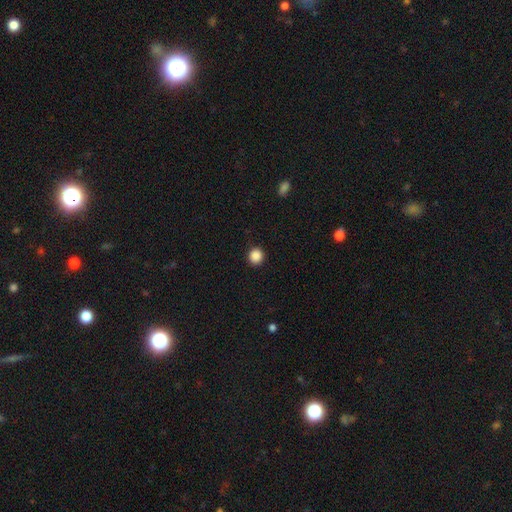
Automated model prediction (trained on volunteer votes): This appears to be a smooth galaxy with no disk features (88%) that is round (91%). Merging: none (92%).